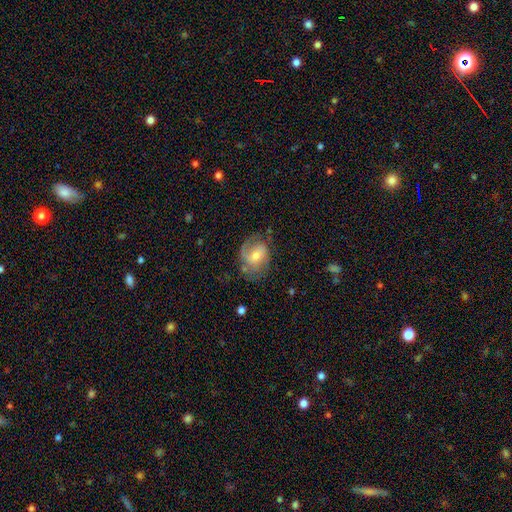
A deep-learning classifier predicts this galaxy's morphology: Overall: featured or disk (68%). Edge-on disk: no (97%). Bar: weak (47%; no 38%). Spiral arms: yes (87%). Spiral arm count: 2 (59%). Spiral winding: medium (45%; tight 30%). Bulge size: moderate (53%; small 39%). Merging: none (63%).